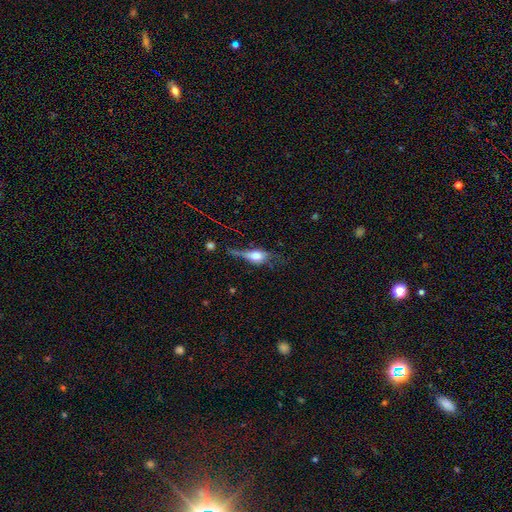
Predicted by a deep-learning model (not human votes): This appears to be a smooth galaxy with no disk features (48%). Merging: none (33%, tied with major disturbance).